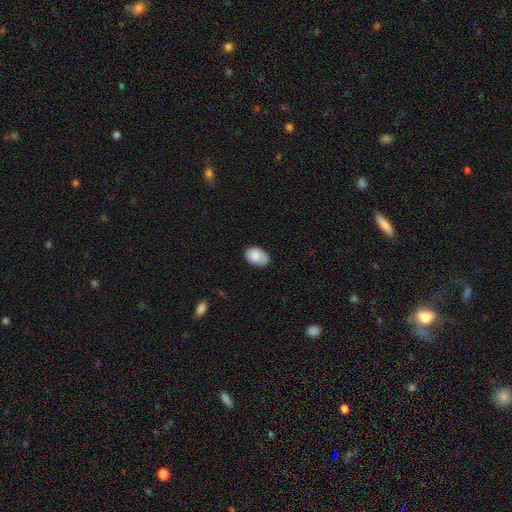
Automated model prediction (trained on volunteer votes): smooth 84%, featured or disk 9%, star or artifact 7%. Down the decision tree: how rounded — in between (88%); merging — none (70%).